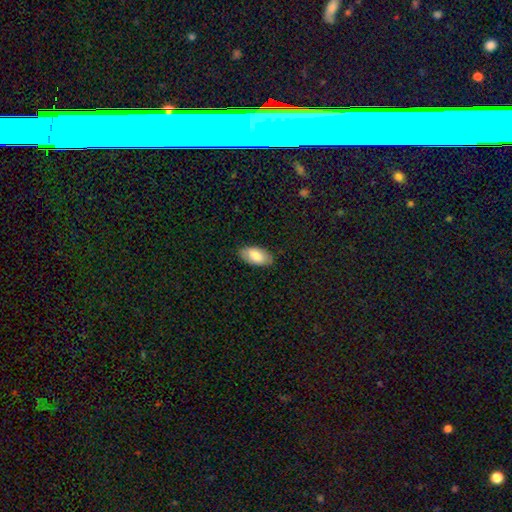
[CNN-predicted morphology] type=smooth (81%); roundness=in between (95%); merging=none (86%).